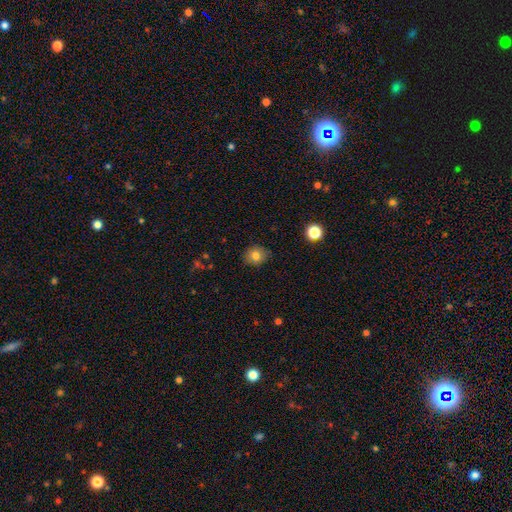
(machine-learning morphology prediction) A smooth galaxy with no disk features (80%) that is round (71%). Merging: none (84%).